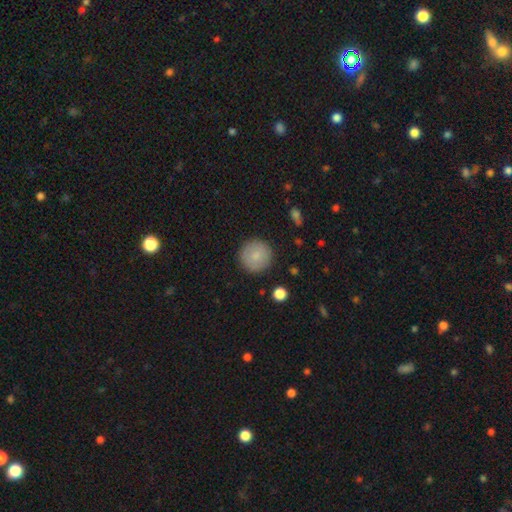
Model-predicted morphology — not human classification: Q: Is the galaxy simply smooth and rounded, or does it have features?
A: smooth — 83%.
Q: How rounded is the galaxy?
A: round — 96%.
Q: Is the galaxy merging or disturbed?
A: none — 90%.